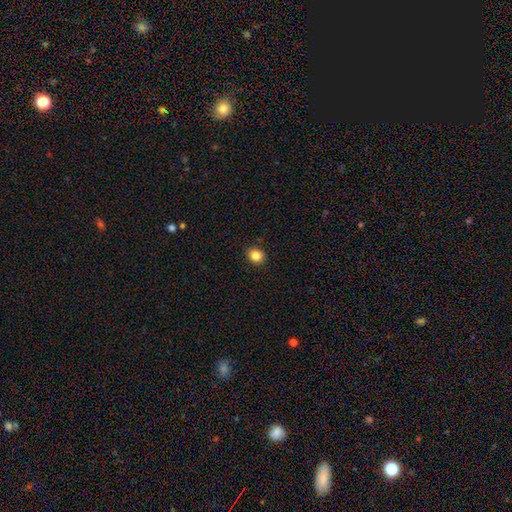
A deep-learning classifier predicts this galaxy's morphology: Smooth or featured?
  - smooth: 85% *
  - star or artifact: 10%
  - featured or disk: 5%
How rounded?
  - round: 70% *
  - in between: 29%
  - cigar-shaped: 1%
Merging?
  - none: 91% *
  - minor disturbance: 7%
  - major disturbance: 2%
  - merger: 1%